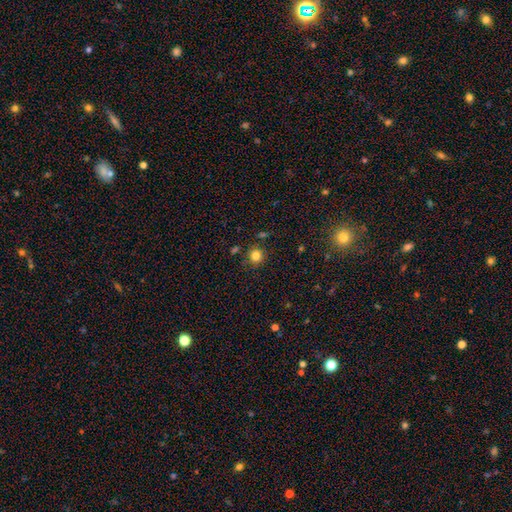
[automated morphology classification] type=smooth (81%); roundness=round (91%); merging=none (84%).